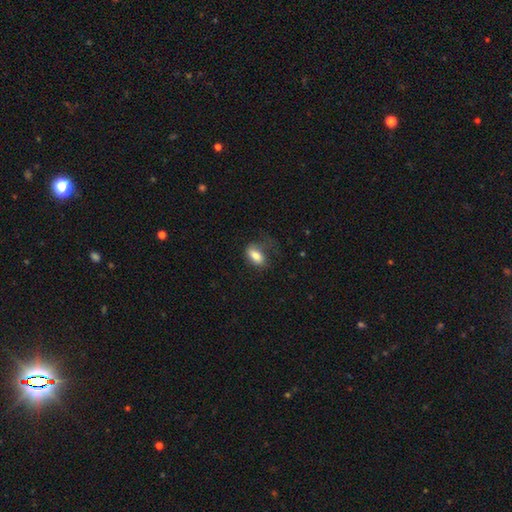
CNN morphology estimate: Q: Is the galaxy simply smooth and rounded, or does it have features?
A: smooth — 79%.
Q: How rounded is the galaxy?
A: in between — 88%.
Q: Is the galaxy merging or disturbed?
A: none — 50%.